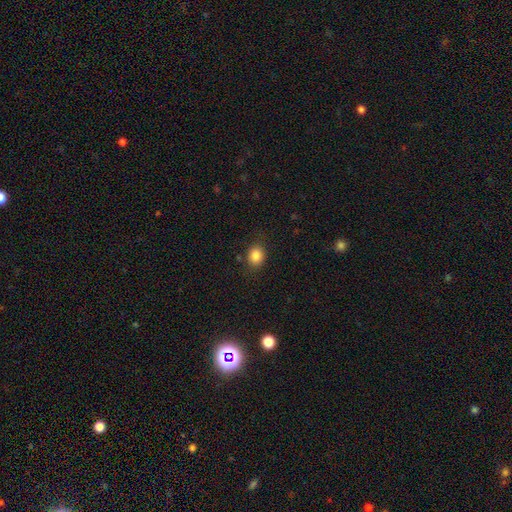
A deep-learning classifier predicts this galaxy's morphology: This appears to be a smooth galaxy with no disk features (85%) that is round (60%). Merging: none (81%).